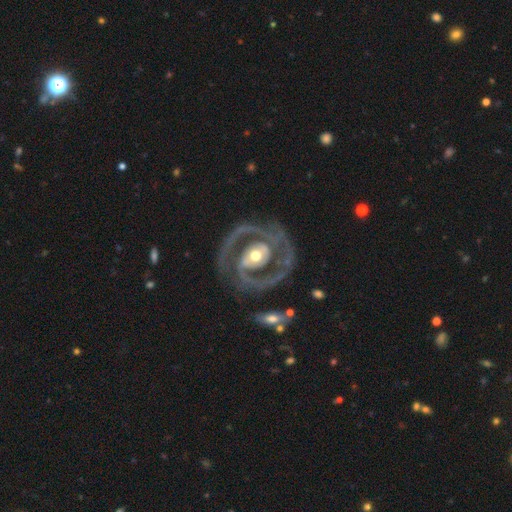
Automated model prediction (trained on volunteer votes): This is clearly a featured or disk galaxy (90%). It is clearly not viewed edge-on (97%). Bar: marginally no (43%). Spiral arm pattern: clearly yes (90%). Spiral arm count: clearly 2 (86%). Spiral winding: possibly medium (48%). Central bulge: likely moderate (70%). Merging: likely none (74%).